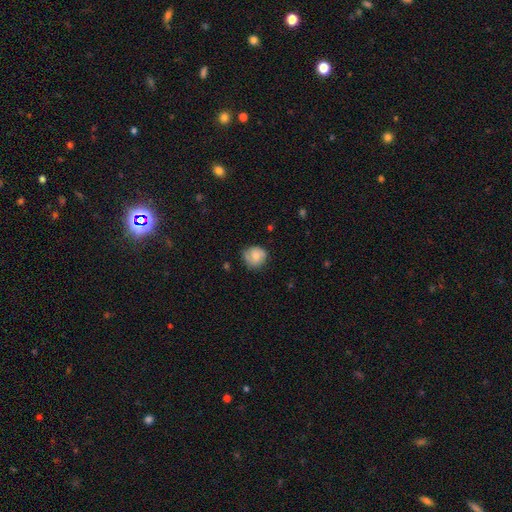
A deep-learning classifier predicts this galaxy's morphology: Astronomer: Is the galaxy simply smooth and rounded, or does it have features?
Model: smooth — 73%.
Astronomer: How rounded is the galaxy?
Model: round — 84%.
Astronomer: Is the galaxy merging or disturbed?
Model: none — 70%.